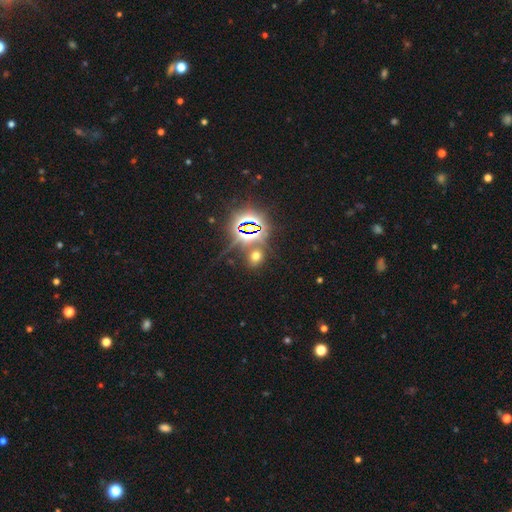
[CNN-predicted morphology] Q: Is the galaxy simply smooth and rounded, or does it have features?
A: smooth — 47%.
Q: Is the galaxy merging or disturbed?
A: none — 75%.